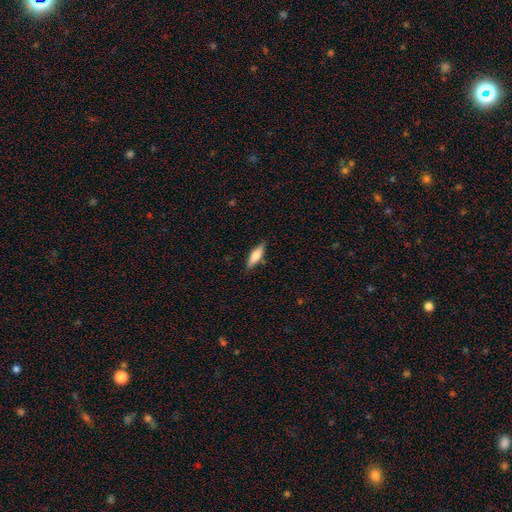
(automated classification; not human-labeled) Overall: smooth (68%). How rounded: in between (52%; cigar-shaped 46%). Merging: none (83%).